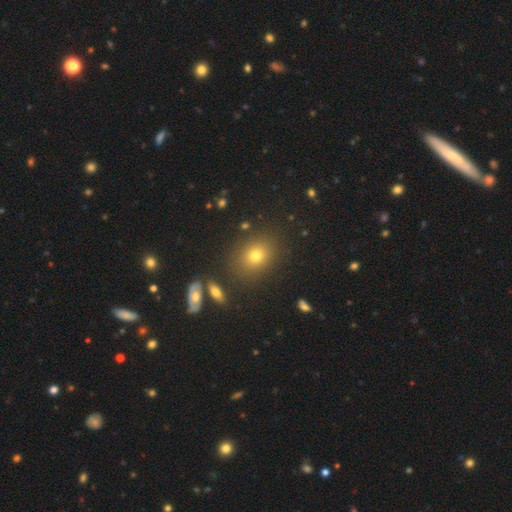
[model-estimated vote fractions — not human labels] smooth-or-featured: smooth: 70% | star or artifact: 18% | featured or disk: 12%
  how-rounded: round: 57% | in between: 41% | cigar-shaped: 2%
  merging: none: 84% | minor disturbance: 9% | merger: 4% | major disturbance: 3%